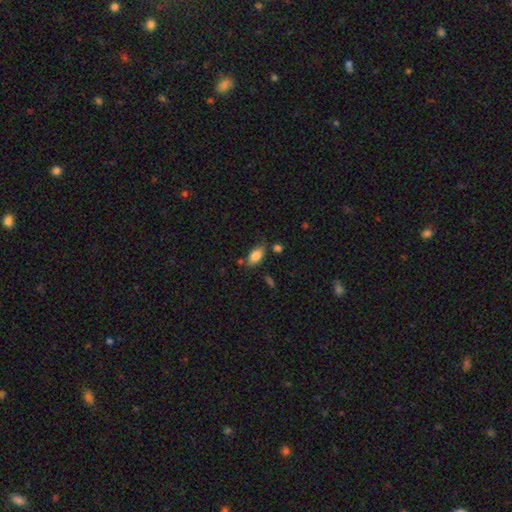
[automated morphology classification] smooth_or_featured: smooth (p=0.84) [alt: featured or disk p=0.09]
how_rounded: in between (p=0.91) [alt: cigar-shaped p=0.05]
merging: none (p=0.71) [alt: minor disturbance p=0.18]